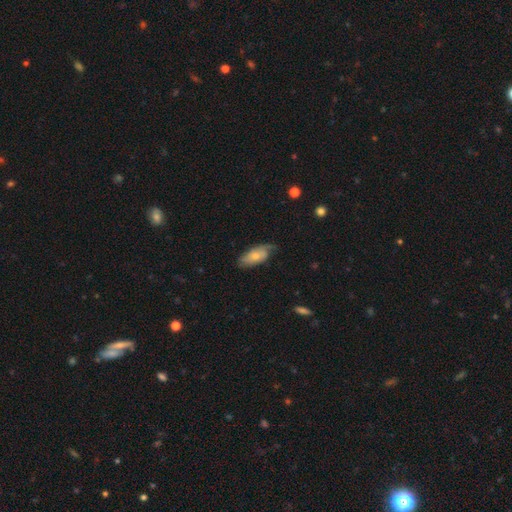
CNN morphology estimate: This is possibly a smooth galaxy (50%). How rounded: clearly in between (85%). Merging: possibly none (57%).